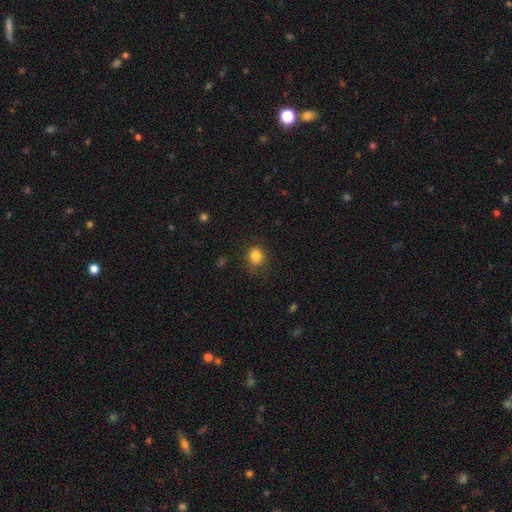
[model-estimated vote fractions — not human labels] Smooth or featured? smooth (83%)
How rounded? round (80%)
Merging? none (76%)